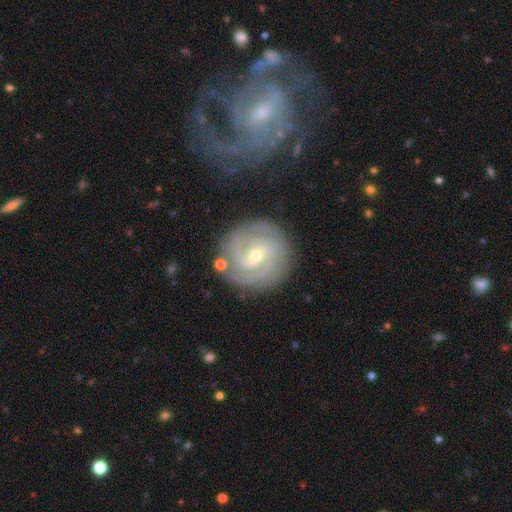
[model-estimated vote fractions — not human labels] Smooth or featured? Predicted: featured or disk (p=0.88). Edge-on disk? Predicted: no (p=0.97). Bar? Predicted: weak (p=0.50). Spiral arms? Predicted: yes (p=0.98). Spiral winding? Predicted: tight (p=0.77). Spiral arm count? Predicted: 2 (p=0.28, tied with 3). Bulge size? Predicted: small (p=0.61). Merging? Predicted: none (p=0.81).